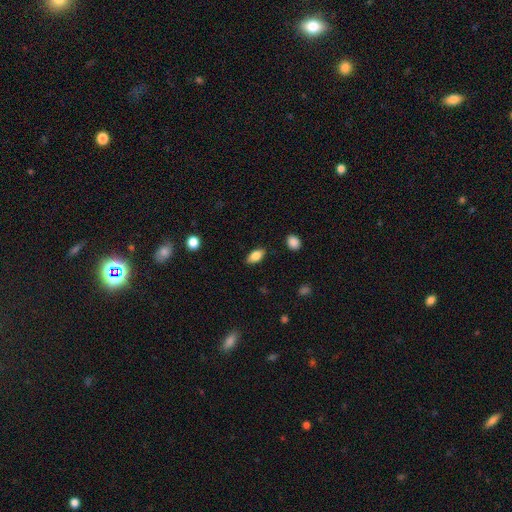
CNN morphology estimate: A smooth galaxy with no disk features (82%) that is in between round and cigar-shaped (90%). Merging: none (86%).